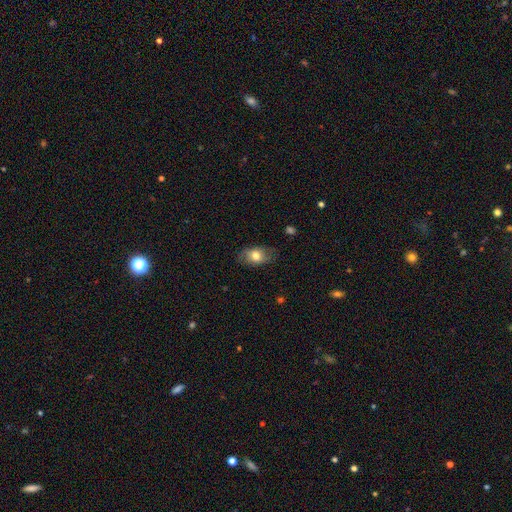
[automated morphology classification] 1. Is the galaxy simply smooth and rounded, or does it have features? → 72% smooth, 20% featured or disk, 8% star or artifact.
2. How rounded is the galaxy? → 84% in between, 14% round, 2% cigar-shaped.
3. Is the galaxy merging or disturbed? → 74% none, 20% minor disturbance, 5% major disturbance, 1% merger.